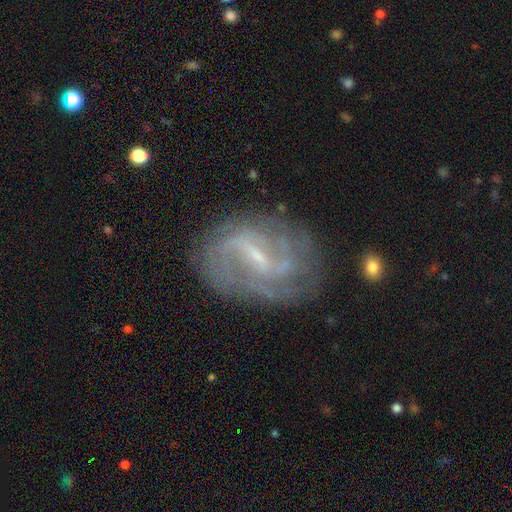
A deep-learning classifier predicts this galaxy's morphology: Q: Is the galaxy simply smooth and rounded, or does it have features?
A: featured or disk — 82%.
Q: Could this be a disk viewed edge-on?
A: no — 97%.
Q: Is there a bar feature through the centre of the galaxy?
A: weak — 52%.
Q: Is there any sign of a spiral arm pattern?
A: yes — 89%.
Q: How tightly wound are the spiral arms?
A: medium — 40%.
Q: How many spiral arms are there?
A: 2 — 50%.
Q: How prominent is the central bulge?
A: small — 69%.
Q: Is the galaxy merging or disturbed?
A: none — 70%.